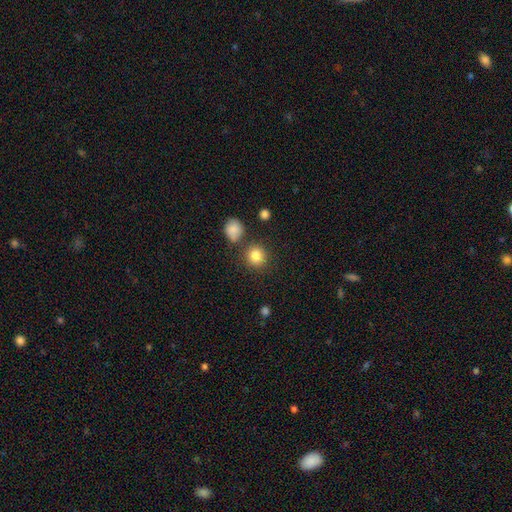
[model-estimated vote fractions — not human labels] A smooth galaxy with no disk features (84%) that is round (91%). Merging: none (81%).